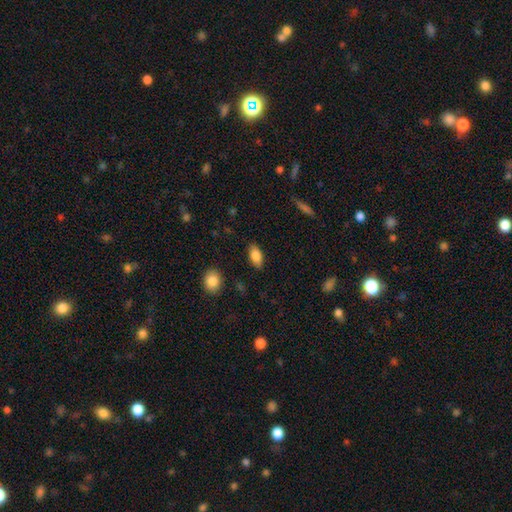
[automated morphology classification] The model was most divided on "merging": none: 86%, minor disturbance: 10%, major disturbance: 3%, merger: 1%. More confident: how rounded — in between (90%); smooth or featured — smooth (85%).